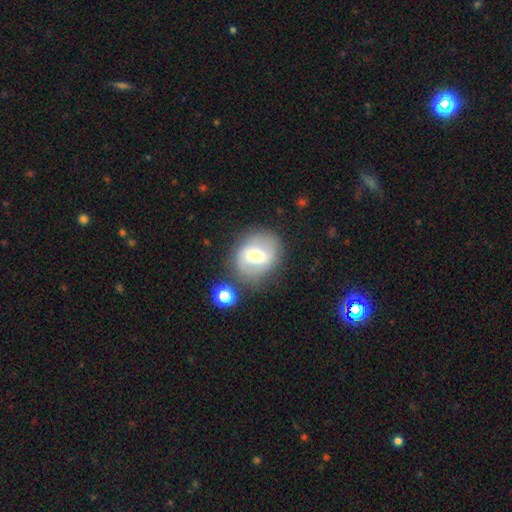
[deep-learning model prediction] Q: Smooth or featured?
A: smooth (49%); runner-up: featured or disk (42%)
Q: Merging?
A: none (67%); runner-up: minor disturbance (17%)